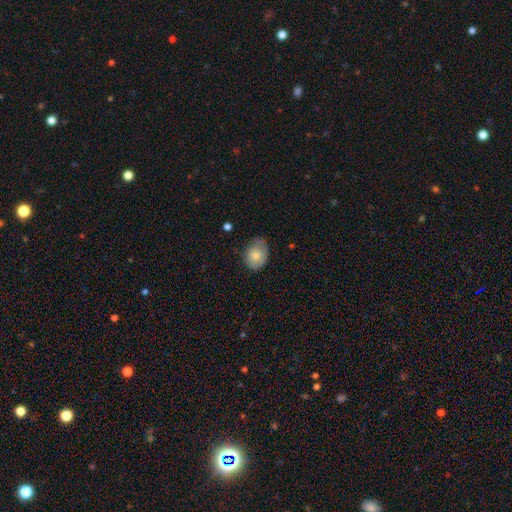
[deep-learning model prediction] Morphology: type=smooth (76%); roundness=in between (65%); merging=none (59%).